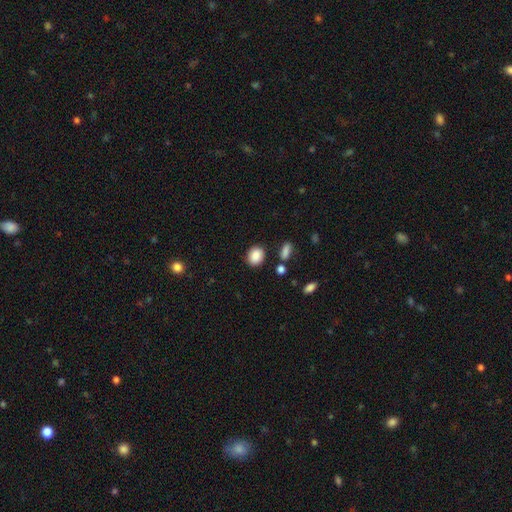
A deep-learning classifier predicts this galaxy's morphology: A smooth galaxy with no disk features (88%) that is round (59%).

Vote fractions:
- Smooth or featured? smooth: 88% / star or artifact: 8% / featured or disk: 4%
- How rounded? round: 59% / in between: 40% / cigar-shaped: 1%
- Merging? none: 84% / minor disturbance: 9% / merger: 4% / major disturbance: 3%